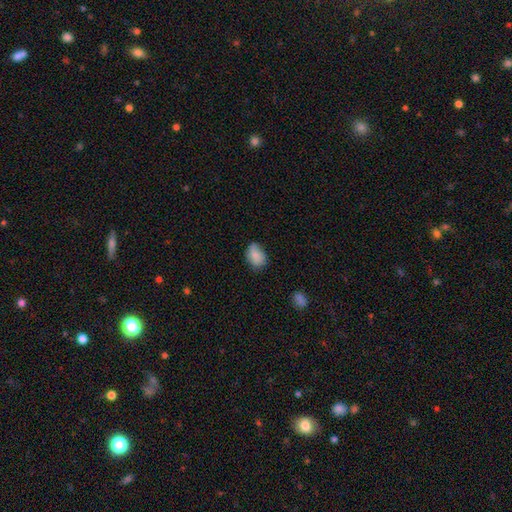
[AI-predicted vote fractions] Smooth or featured?
  - smooth: 80% *
  - featured or disk: 11%
  - star or artifact: 8%
How rounded?
  - in between: 77% *
  - round: 21%
  - cigar-shaped: 1%
Merging?
  - none: 56% *
  - minor disturbance: 33%
  - major disturbance: 7%
  - merger: 3%